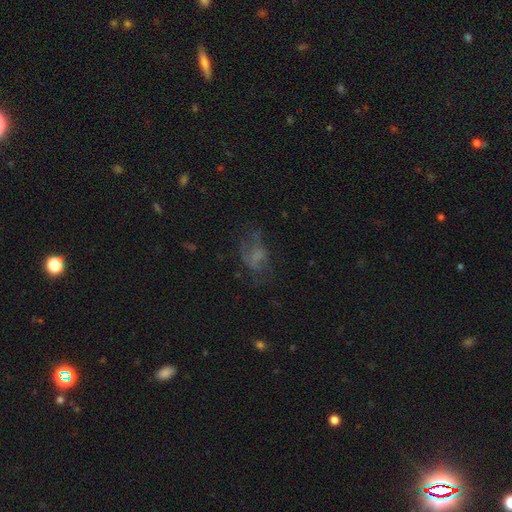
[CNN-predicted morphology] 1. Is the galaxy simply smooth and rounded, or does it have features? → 42% smooth, 36% featured or disk, 21% star or artifact.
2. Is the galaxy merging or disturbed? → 43% none, 33% major disturbance, 22% minor disturbance, 3% merger.